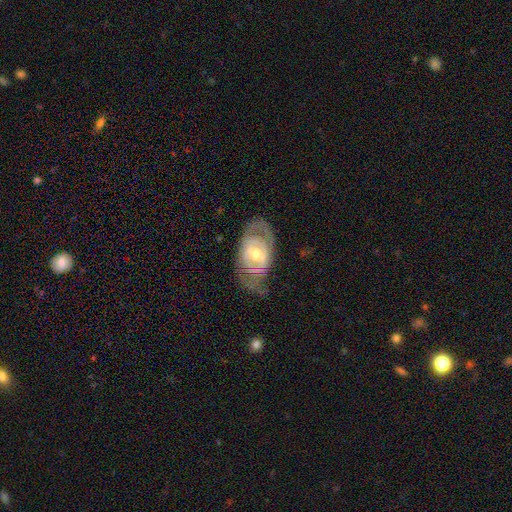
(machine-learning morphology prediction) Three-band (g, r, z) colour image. It shows a featured or disk galaxy (76%) with no bar (45%), spiral arms (68%) and a moderate central bulge (69%). Merging: none (59%).